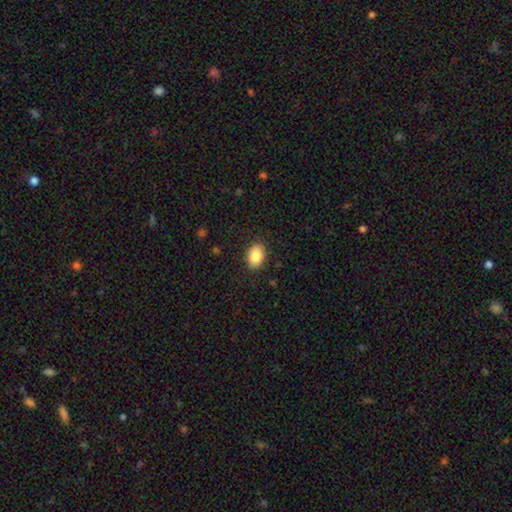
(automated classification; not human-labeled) smooth-or-featured: smooth: 86% | star or artifact: 8% | featured or disk: 6%
  how-rounded: in between: 87% | round: 12% | cigar-shaped: 1%
  merging: none: 89% | minor disturbance: 8% | major disturbance: 2% | merger: 1%